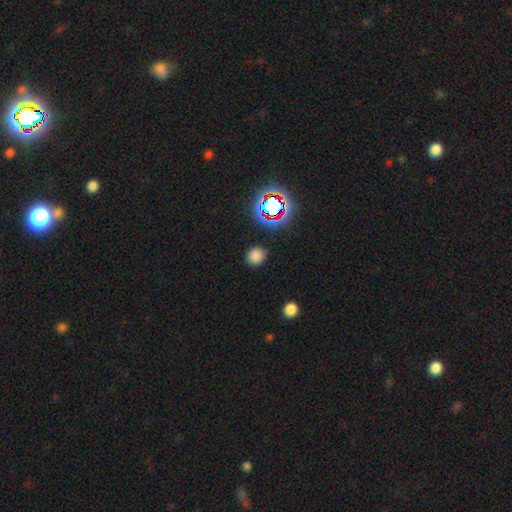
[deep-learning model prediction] This is likely a smooth galaxy (76%). How rounded: clearly round (85%). Merging: clearly none (87%).